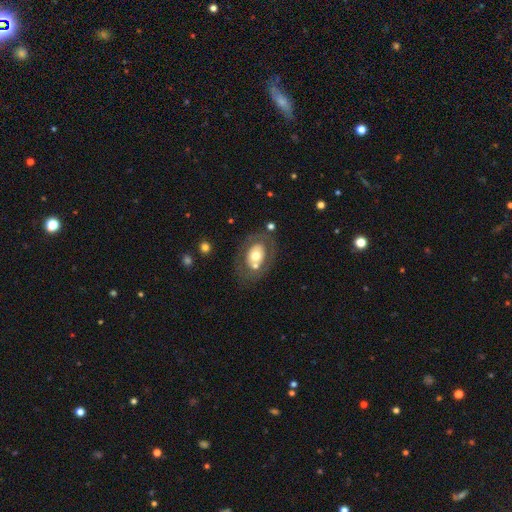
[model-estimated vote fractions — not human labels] A featured or disk galaxy (47%).

Vote fractions:
- Smooth or featured? featured or disk: 47% / smooth: 46% / star or artifact: 7%
- Merging? none: 65% / minor disturbance: 15% / major disturbance: 10% / merger: 10%